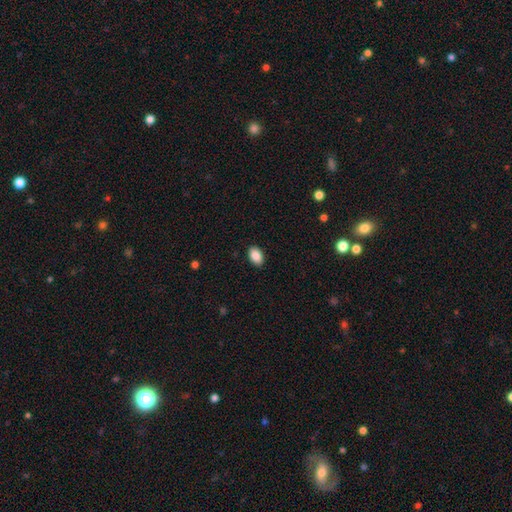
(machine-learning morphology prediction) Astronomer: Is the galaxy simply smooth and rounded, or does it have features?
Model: smooth — 89%.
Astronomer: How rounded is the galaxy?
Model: in between — 91%.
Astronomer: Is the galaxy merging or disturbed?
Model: none — 89%.